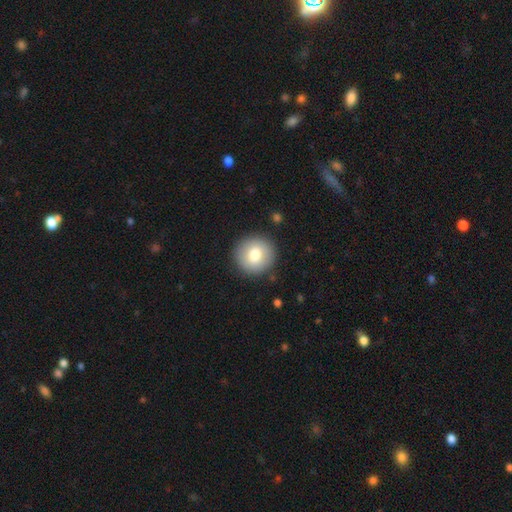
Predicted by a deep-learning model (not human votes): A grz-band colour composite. It shows a smooth galaxy with no disk features (76%) that is round (94%). Merging: none (91%).